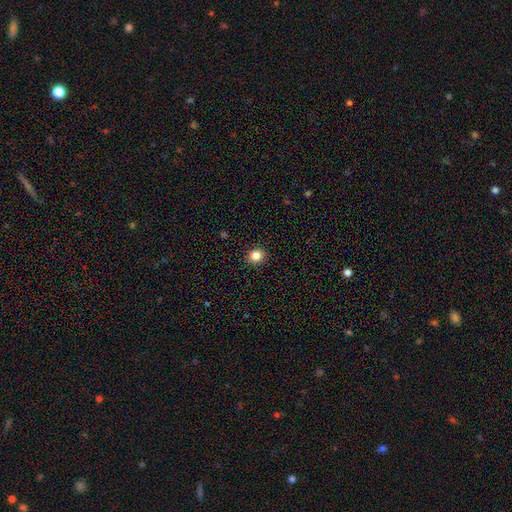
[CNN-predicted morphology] smooth-or-featured: smooth: 84% | star or artifact: 11% | featured or disk: 5%
  how-rounded: round: 79% | in between: 21% | cigar-shaped: 1%
  merging: none: 91% | minor disturbance: 6% | major disturbance: 2% | merger: 1%